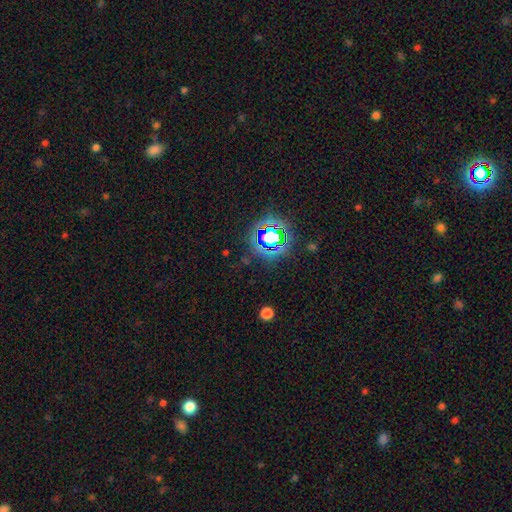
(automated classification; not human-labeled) Overall: star or artifact (79%).